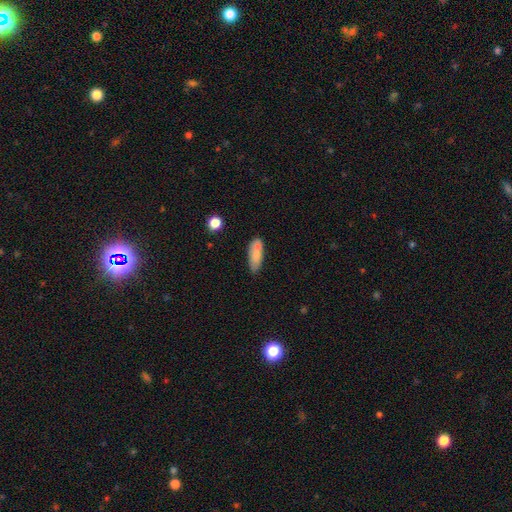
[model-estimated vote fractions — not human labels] Smooth or featured: smooth — 79% (featured or disk — 14%)
How rounded: in between — 64% (cigar-shaped — 34%)
Merging: none — 61% (minor disturbance — 22%)